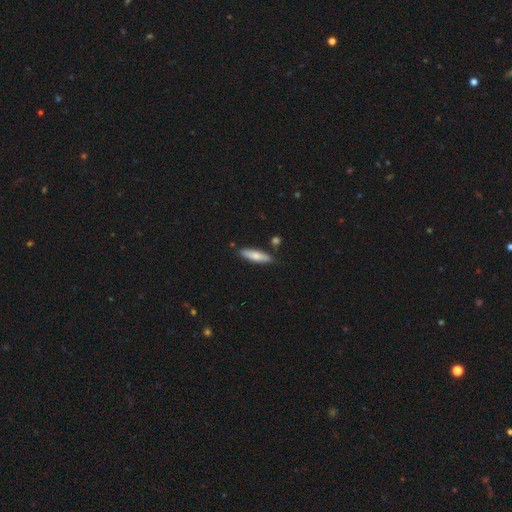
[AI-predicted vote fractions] Smooth or featured? smooth (72%)
How rounded? cigar-shaped (71%)
Merging? none (82%)